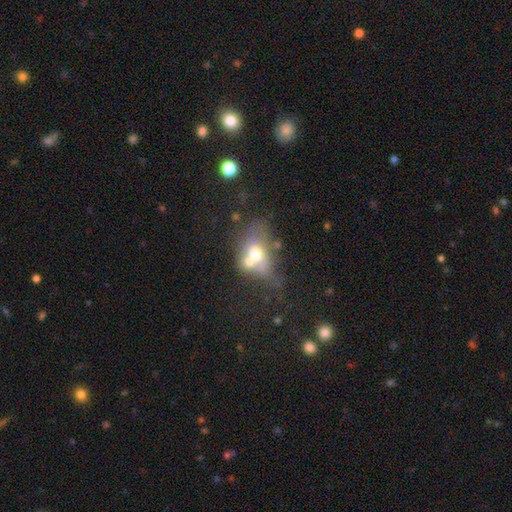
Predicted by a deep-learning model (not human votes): smooth 57%, featured or disk 32%, star or artifact 11%. Down the decision tree: how rounded — in between (70%); merging — merger (55%).